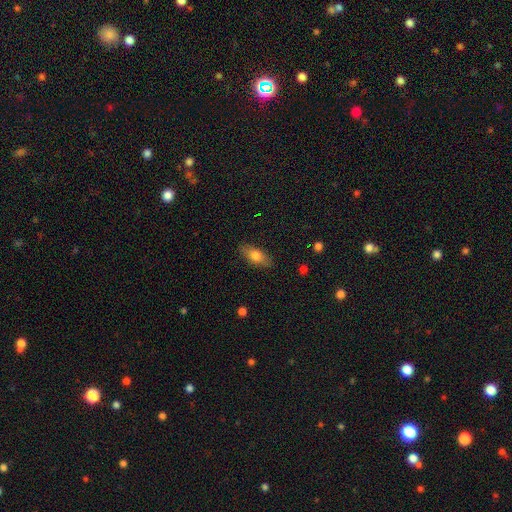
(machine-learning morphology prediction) type=smooth (72%); roundness=in between (79%); merging=none (86%).